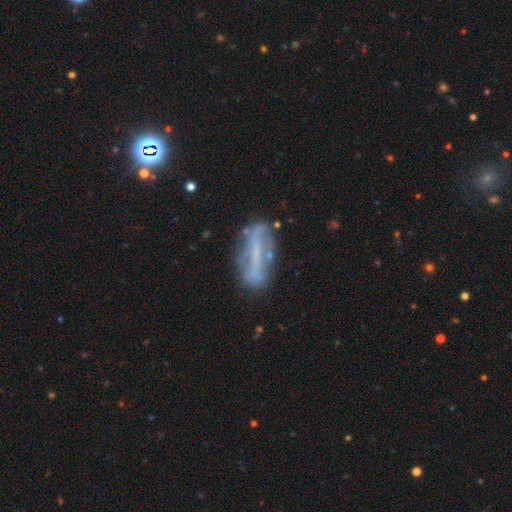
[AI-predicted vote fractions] Overall: featured or disk (55%; smooth 29%). Edge-on disk: no (69%; yes 31%). Merging: none (68%).